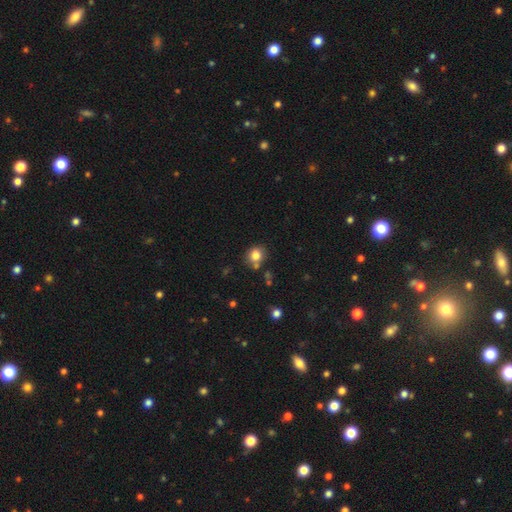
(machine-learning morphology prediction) This is clearly a smooth galaxy (81%). How rounded: likely round (75%). Merging: likely none (71%).